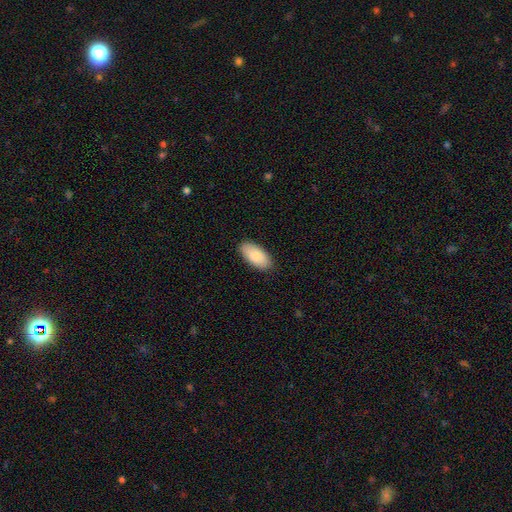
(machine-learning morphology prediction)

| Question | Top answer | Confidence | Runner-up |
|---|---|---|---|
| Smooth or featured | smooth | 87% | featured or disk (8%) |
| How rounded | in between | 94% | cigar-shaped (4%) |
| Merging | none | 88% | minor disturbance (9%) |